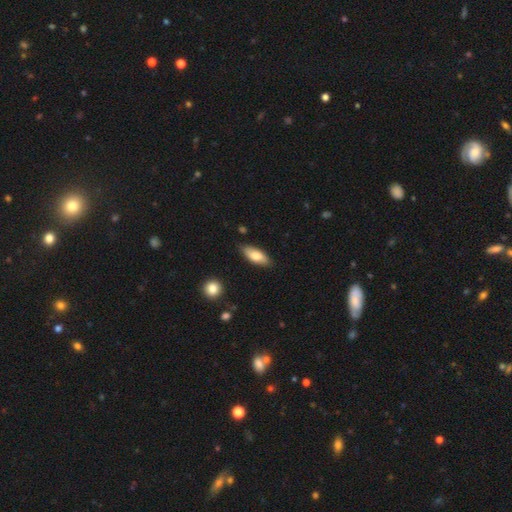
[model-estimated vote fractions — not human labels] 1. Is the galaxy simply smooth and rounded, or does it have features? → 77% smooth, 17% featured or disk, 6% star or artifact.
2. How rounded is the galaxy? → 79% in between, 19% cigar-shaped, 2% round.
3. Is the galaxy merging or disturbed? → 83% none, 13% minor disturbance, 2% major disturbance, 2% merger.